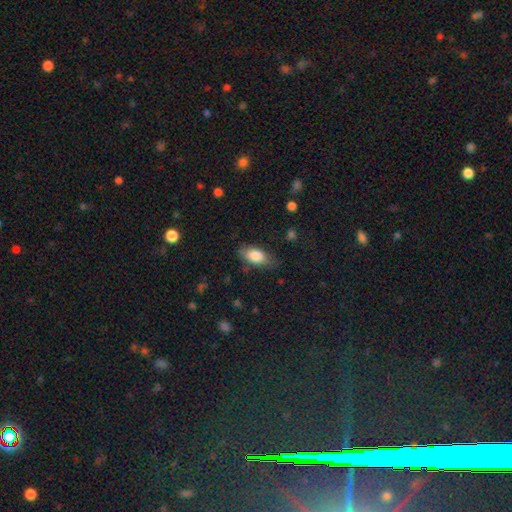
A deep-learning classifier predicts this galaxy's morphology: smooth 81%, featured or disk 12%, star or artifact 7%. Down the decision tree: how rounded — in between (90%); merging — none (72%).